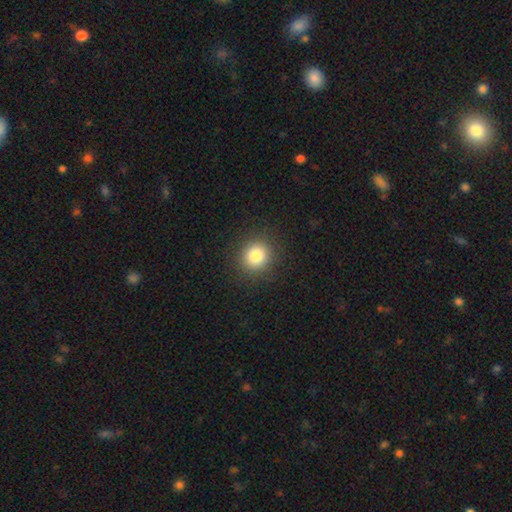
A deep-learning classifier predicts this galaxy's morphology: Smooth or featured? smooth (82%)
How rounded? round (87%)
Merging? none (90%)